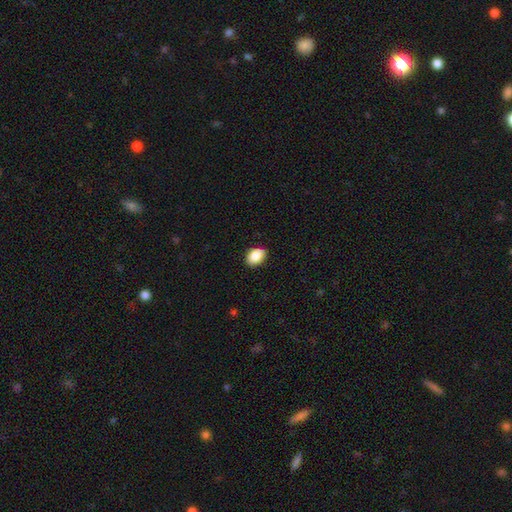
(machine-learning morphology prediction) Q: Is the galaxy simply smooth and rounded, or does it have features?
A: smooth — 88%.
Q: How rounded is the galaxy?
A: in between — 81%.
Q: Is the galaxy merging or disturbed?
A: none — 86%.